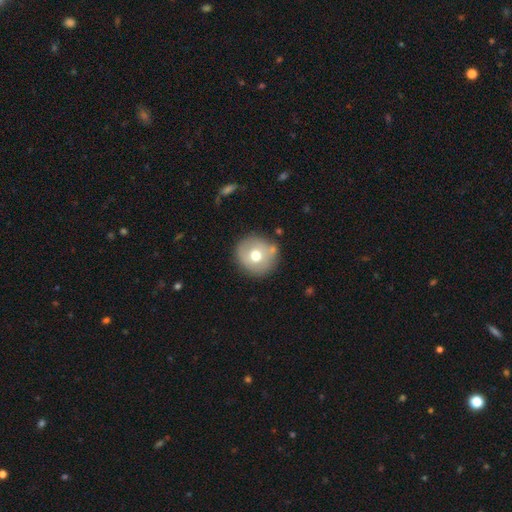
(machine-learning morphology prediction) Overall: smooth (65%). How rounded: round (93%). Merging: none (80%).